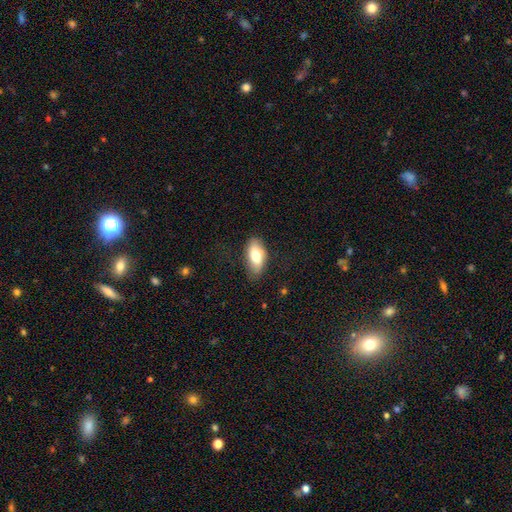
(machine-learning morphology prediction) smooth_or_featured: smooth (p=0.72) [alt: featured or disk p=0.21]
how_rounded: in between (p=0.90) [alt: cigar-shaped p=0.07]
merging: none (p=0.73) [alt: minor disturbance p=0.20]